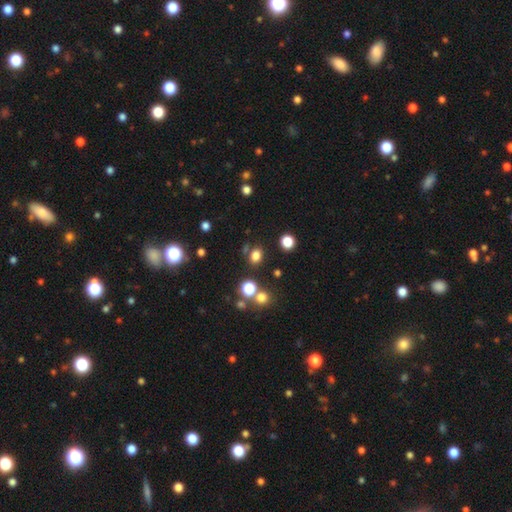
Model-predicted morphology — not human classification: A smooth galaxy with no disk features (77%) that is in between round and cigar-shaped (53%).

Vote fractions:
- Smooth or featured? smooth: 77% / star or artifact: 17% / featured or disk: 6%
- How rounded? in between: 53% / round: 46% / cigar-shaped: 1%
- Merging? none: 77% / minor disturbance: 10% / merger: 8% / major disturbance: 4%